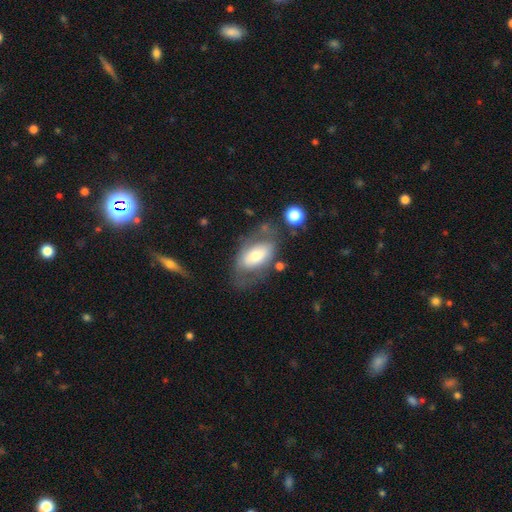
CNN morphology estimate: This is possibly a smooth galaxy (53%). How rounded: clearly in between (91%). Merging: possibly none (54%).